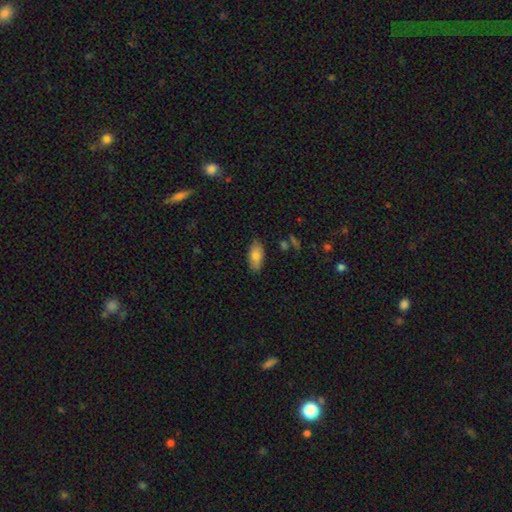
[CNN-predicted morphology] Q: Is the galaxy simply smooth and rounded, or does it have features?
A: smooth — 80%.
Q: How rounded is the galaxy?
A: in between — 90%.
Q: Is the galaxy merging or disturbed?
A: none — 83%.